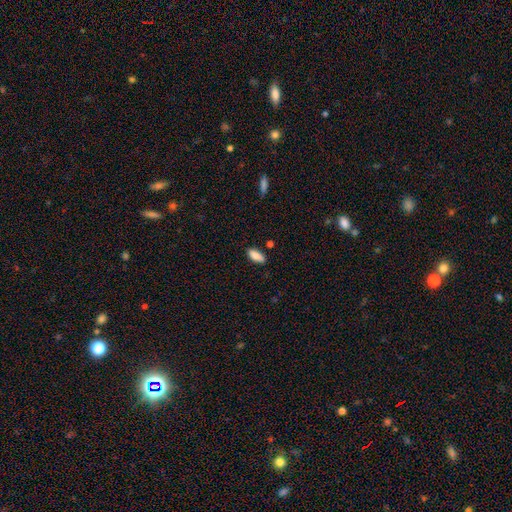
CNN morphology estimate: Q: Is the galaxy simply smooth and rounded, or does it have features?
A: smooth — 86%.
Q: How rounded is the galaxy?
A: in between — 81%.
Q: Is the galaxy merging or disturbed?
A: none — 82%.